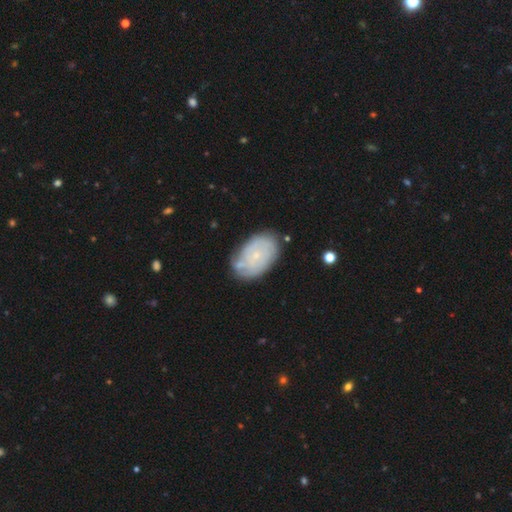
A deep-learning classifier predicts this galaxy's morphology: A featured or disk galaxy (61%) with no bar (82%), spiral arms (74%) and a small central bulge (83%). Merging: none (70%).